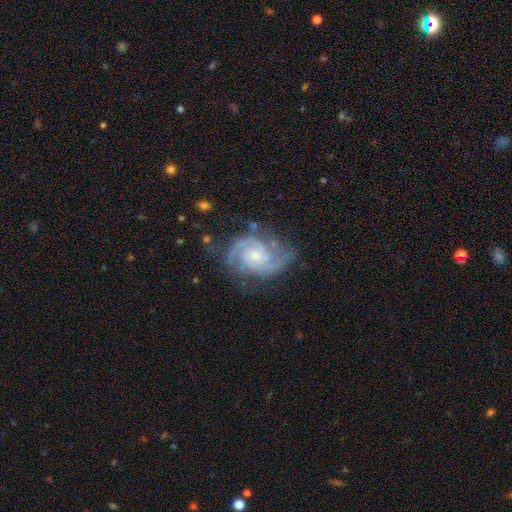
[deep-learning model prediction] This is clearly a featured or disk galaxy (91%). It is clearly not viewed edge-on (98%). Bar: likely no (64%). Spiral arm pattern: clearly yes (98%). Spiral arm count: likely 2 (66%). Spiral winding: possibly tight (50%). Central bulge: likely small (61%). Merging: likely none (68%).